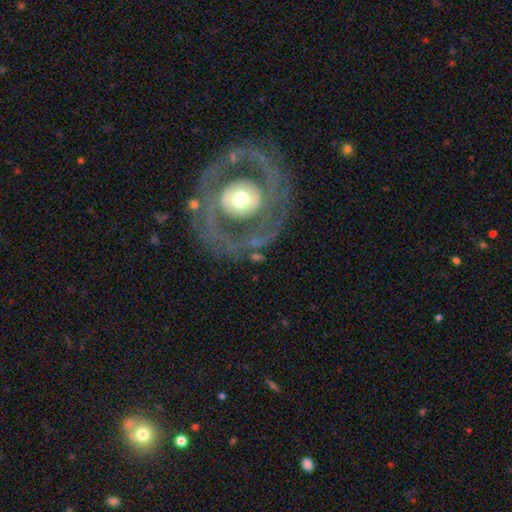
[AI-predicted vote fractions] featured or disk 71%, smooth 22%, star or artifact 7%. Down the decision tree: edge-on disk — no (96%); bar — no (66%); spiral arms — yes (54%); bulge size — moderate (66%); merging — none (69%).